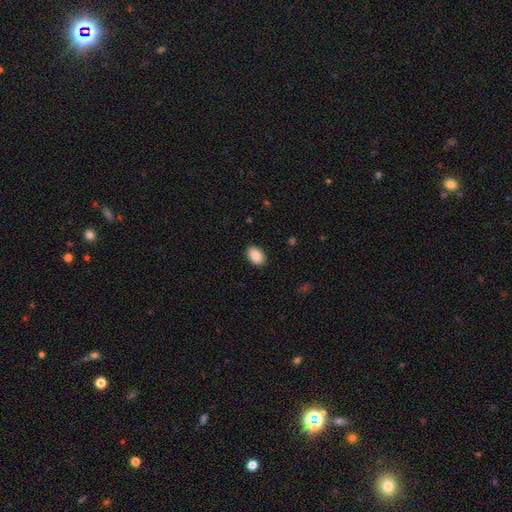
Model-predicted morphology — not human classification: Q: Smooth or featured?
A: smooth (90%); runner-up: star or artifact (7%)
Q: How rounded?
A: in between (91%); runner-up: round (8%)
Q: Merging?
A: none (89%); runner-up: minor disturbance (8%)